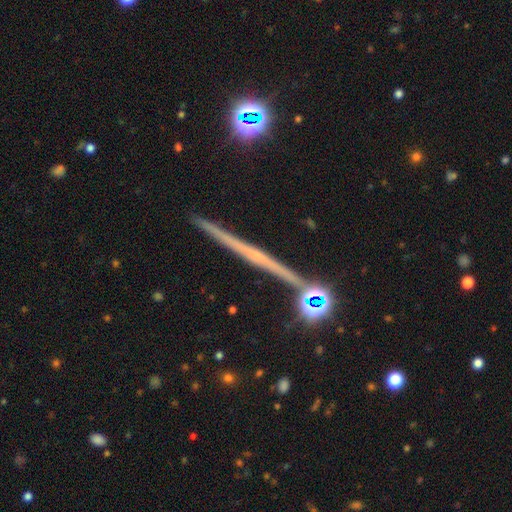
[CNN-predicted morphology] This is likely a featured or disk galaxy (70%). It is clearly viewed edge-on (98%). Edge-on bulge: likely none (67%). Merging: clearly none (87%).